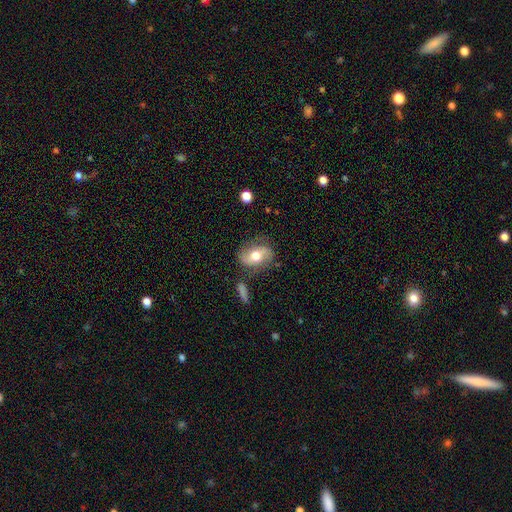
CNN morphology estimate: type=featured or disk (54%); edge-on=no (94%); bar=no (52%); spiral arms=yes (80%); bulge=moderate (69%); merging=none (71%).